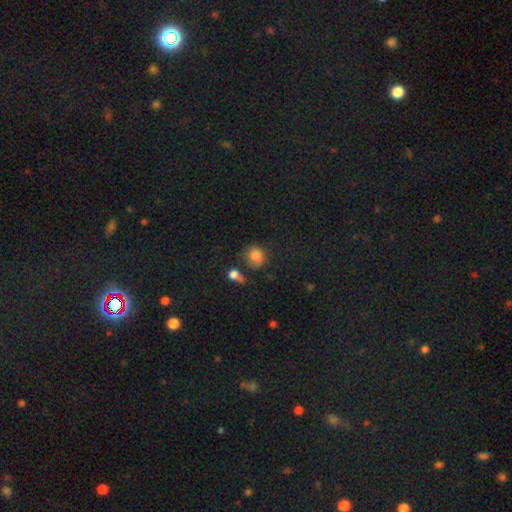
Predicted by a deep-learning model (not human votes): smooth-or-featured: smooth: 79% | star or artifact: 12% | featured or disk: 9%
  how-rounded: round: 72% | in between: 27% | cigar-shaped: 1%
  merging: none: 51% | minor disturbance: 24% | merger: 13% | major disturbance: 12%